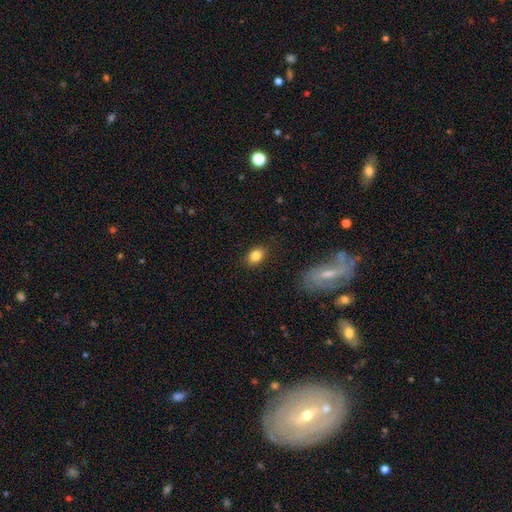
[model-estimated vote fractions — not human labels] This is clearly a smooth galaxy (84%). How rounded: likely in between (72%). Merging: clearly none (86%).